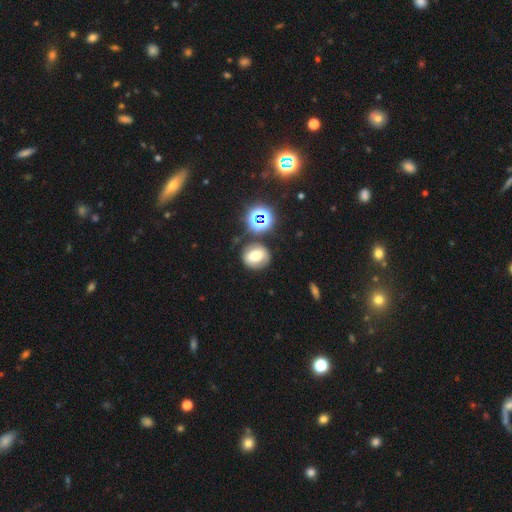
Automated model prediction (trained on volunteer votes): A smooth galaxy with no disk features (64%) that is round (74%).

Vote fractions:
- Smooth or featured? smooth: 64% / featured or disk: 19% / star or artifact: 17%
- How rounded? round: 74% / in between: 25% / cigar-shaped: 1%
- Merging? none: 75% / minor disturbance: 13% / merger: 8% / major disturbance: 5%